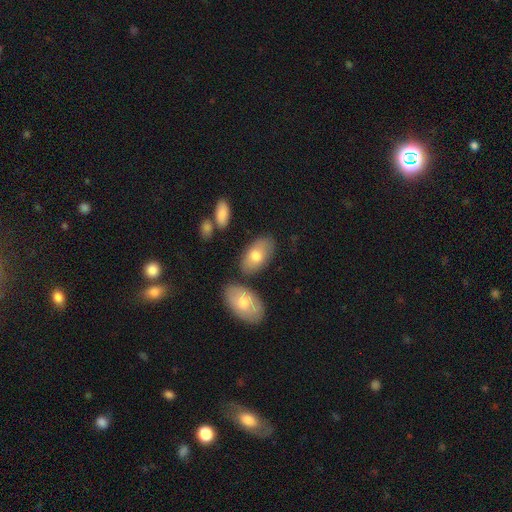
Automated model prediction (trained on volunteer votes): A smooth galaxy with no disk features (72%) that is in between round and cigar-shaped (94%).

Vote fractions:
- Smooth or featured? smooth: 72% / featured or disk: 22% / star or artifact: 6%
- How rounded? in between: 94% / round: 4% / cigar-shaped: 2%
- Merging? none: 70% / minor disturbance: 15% / merger: 11% / major disturbance: 4%